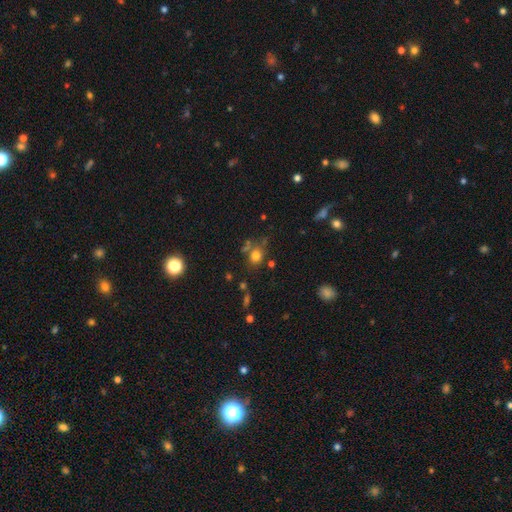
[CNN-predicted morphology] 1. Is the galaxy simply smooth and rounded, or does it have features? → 74% smooth, 17% star or artifact, 9% featured or disk.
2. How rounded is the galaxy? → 73% round, 26% in between, 1% cigar-shaped.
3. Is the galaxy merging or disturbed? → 66% none, 15% minor disturbance, 13% merger, 6% major disturbance.